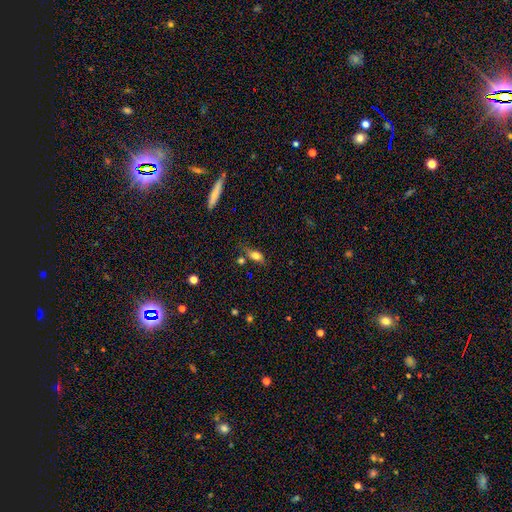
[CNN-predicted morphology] A smooth galaxy with no disk features (74%) that is in between round and cigar-shaped (79%). Merging: none (56%).